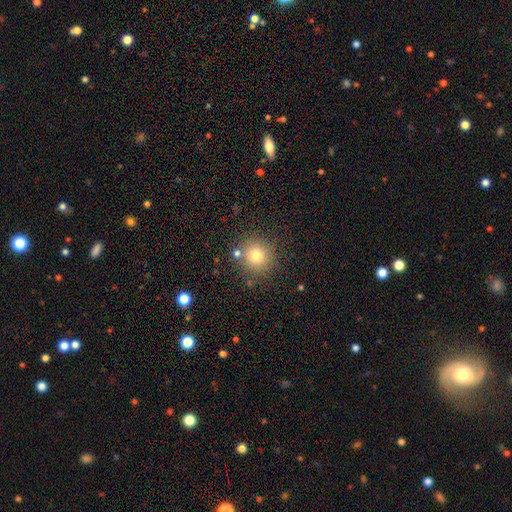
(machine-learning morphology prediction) Smooth or featured? smooth (75%)
How rounded? round (93%)
Merging? none (82%)